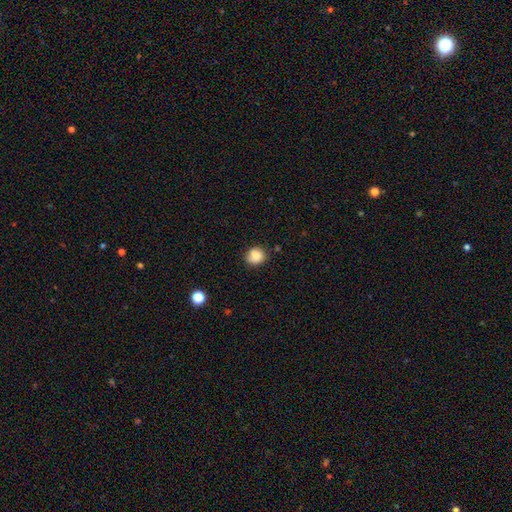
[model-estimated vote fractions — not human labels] Overall: smooth (84%). How rounded: round (76%). Merging: none (74%).